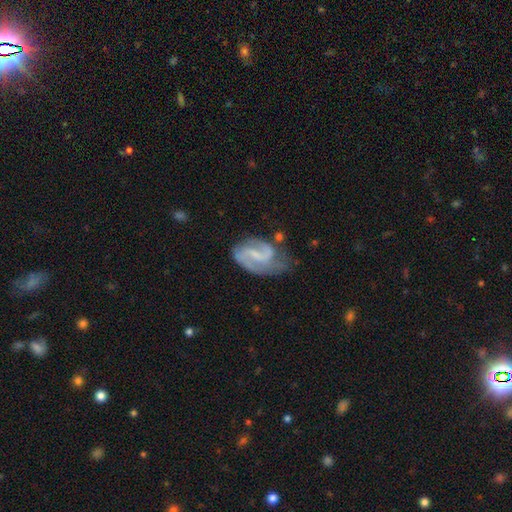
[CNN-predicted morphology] This is clearly a featured or disk galaxy (83%). It is clearly not viewed edge-on (98%). Bar: possibly weak (52%). Spiral arm pattern: clearly yes (94%). Spiral arm count: clearly 2 (83%). Spiral winding: possibly medium (49%). Central bulge: possibly small (46%). Merging: possibly none (51%).